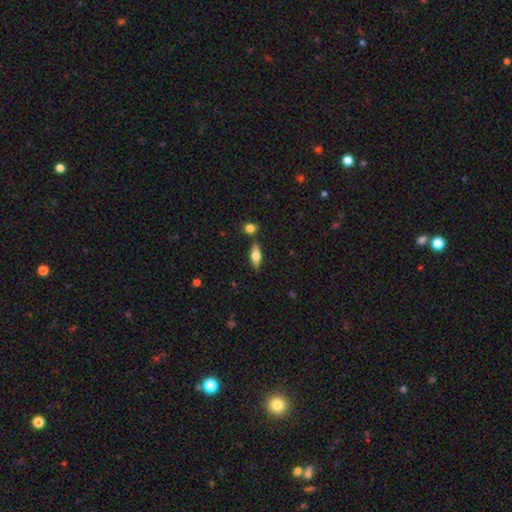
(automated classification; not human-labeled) A smooth galaxy with no disk features (52%) that is in between round and cigar-shaped (61%).

Vote fractions:
- Smooth or featured? smooth: 52% / featured or disk: 41% / star or artifact: 7%
- How rounded? in between: 61% / cigar-shaped: 35% / round: 4%
- Merging? none: 79% / minor disturbance: 10% / merger: 8% / major disturbance: 3%